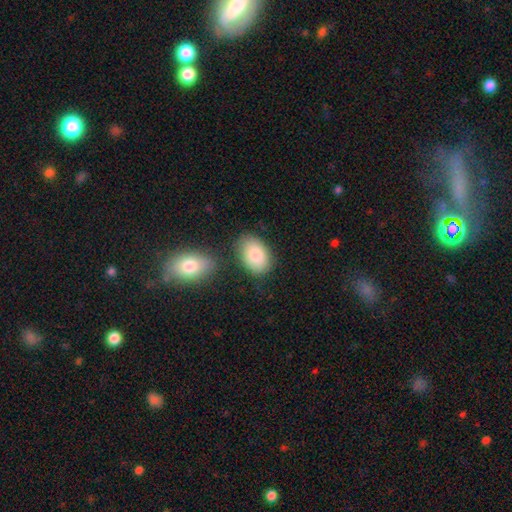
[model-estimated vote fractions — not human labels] Smooth or featured?
  - smooth: 87% *
  - featured or disk: 7%
  - star or artifact: 6%
How rounded?
  - in between: 88% *
  - round: 11%
  - cigar-shaped: 1%
Merging?
  - none: 74% *
  - minor disturbance: 15%
  - merger: 8%
  - major disturbance: 4%